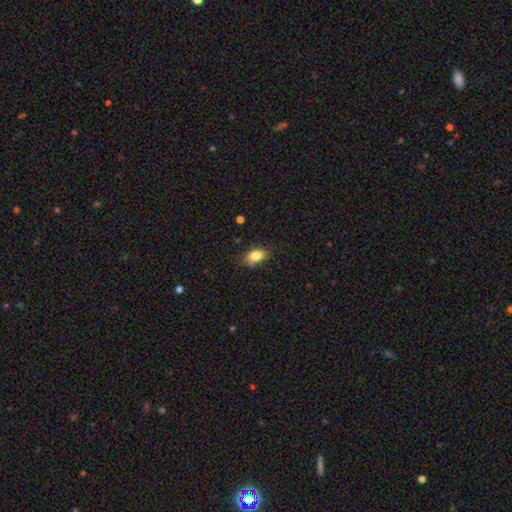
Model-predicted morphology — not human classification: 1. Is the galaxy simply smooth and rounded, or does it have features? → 83% smooth, 8% star or artifact, 8% featured or disk.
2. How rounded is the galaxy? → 86% in between, 11% round, 3% cigar-shaped.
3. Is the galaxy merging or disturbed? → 76% none, 19% minor disturbance, 4% major disturbance, 2% merger.